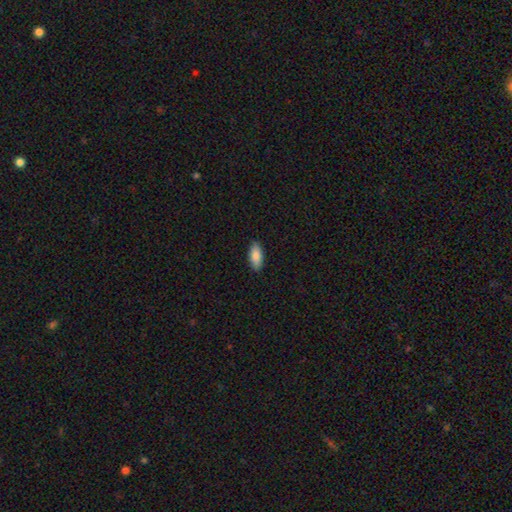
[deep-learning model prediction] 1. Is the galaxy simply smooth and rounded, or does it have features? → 86% smooth, 8% featured or disk, 6% star or artifact.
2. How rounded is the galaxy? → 84% in between, 14% cigar-shaped, 2% round.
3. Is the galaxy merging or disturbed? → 89% none, 8% minor disturbance, 2% major disturbance, 1% merger.